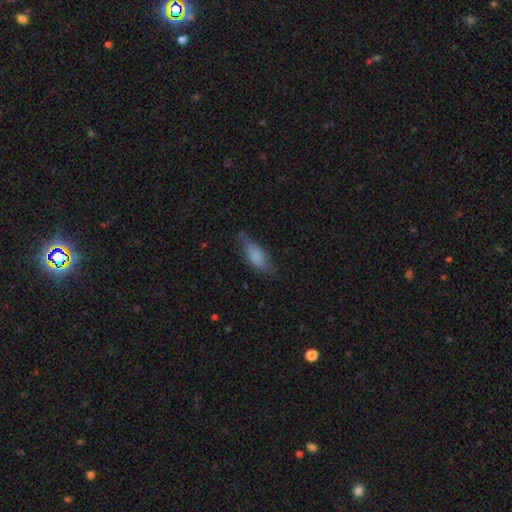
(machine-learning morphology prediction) smooth-or-featured: smooth: 77% | featured or disk: 15% | star or artifact: 8%
  how-rounded: in between: 64% | cigar-shaped: 34% | round: 2%
  merging: none: 61% | minor disturbance: 29% | major disturbance: 8% | merger: 2%